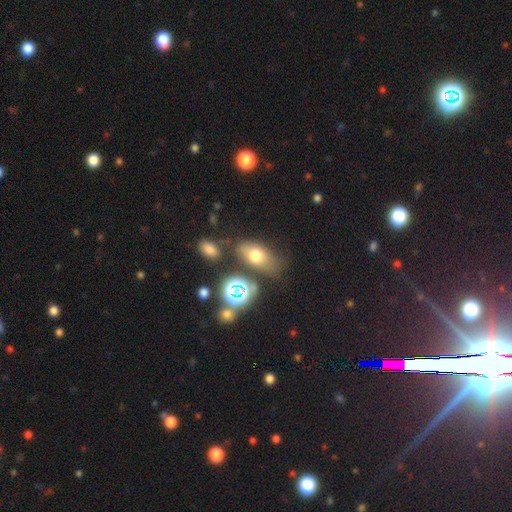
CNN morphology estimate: smooth_or_featured: smooth (p=0.65) [alt: star or artifact p=0.18]
how_rounded: in between (p=0.81) [alt: round p=0.15]
merging: none (p=0.65) [alt: minor disturbance p=0.17]